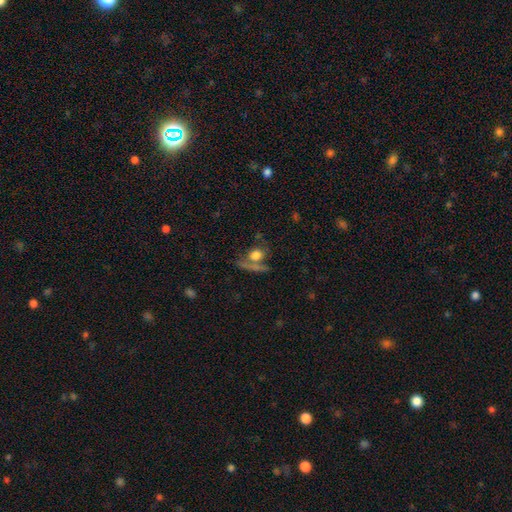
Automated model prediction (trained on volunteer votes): Q: Smooth or featured?
A: smooth (69%); runner-up: featured or disk (18%)
Q: How rounded?
A: round (62%); runner-up: in between (30%)
Q: Merging?
A: none (50%); runner-up: merger (27%)